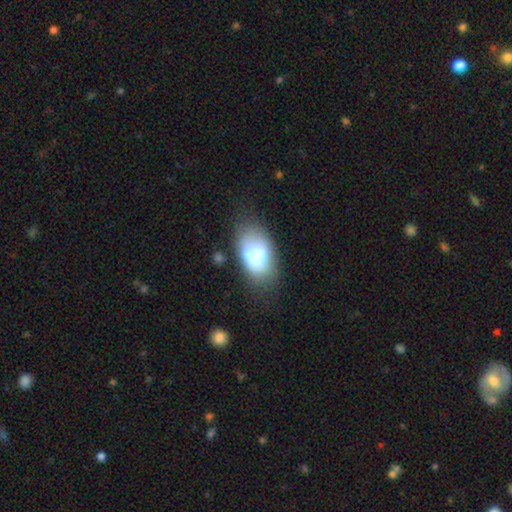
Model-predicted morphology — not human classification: Smooth or featured: smooth — 63% (featured or disk — 28%)
How rounded: in between — 91% (round — 8%)
Merging: none — 44% (minor disturbance — 24%)